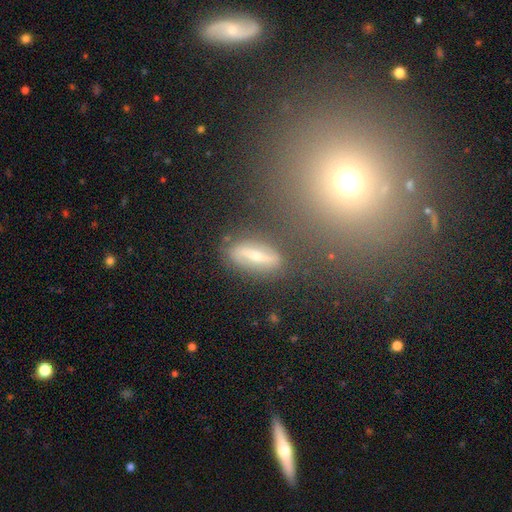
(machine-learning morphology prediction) A featured or disk galaxy (61%). Merging: none (82%).